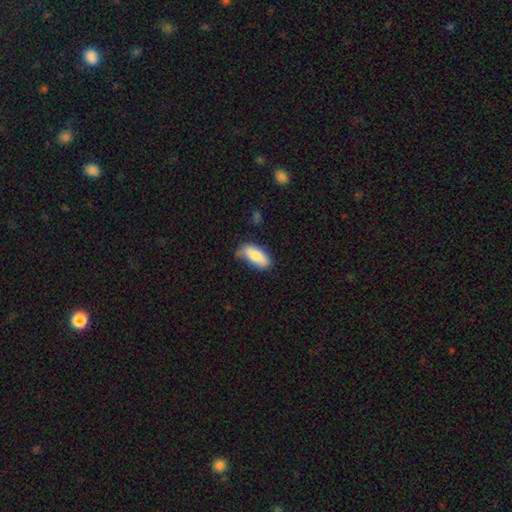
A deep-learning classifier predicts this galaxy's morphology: Smooth or featured? smooth (80%)
How rounded? in between (83%)
Merging? none (54%)